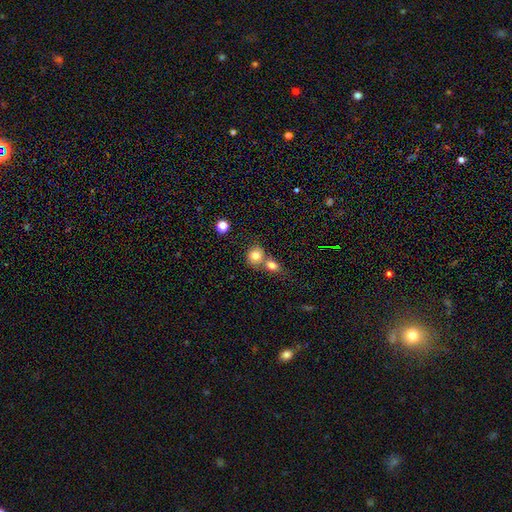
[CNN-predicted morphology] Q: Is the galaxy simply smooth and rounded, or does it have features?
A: smooth — 79%.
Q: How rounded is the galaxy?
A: round — 79%.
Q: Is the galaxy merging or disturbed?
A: none — 45%, tied with merger.